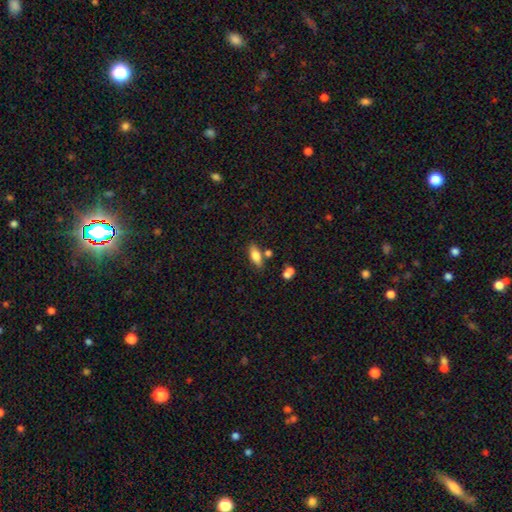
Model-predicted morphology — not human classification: smooth_or_featured: smooth (p=0.76) [alt: featured or disk p=0.16]
how_rounded: in between (p=0.76) [alt: cigar-shaped p=0.21]
merging: none (p=0.73) [alt: minor disturbance p=0.13]